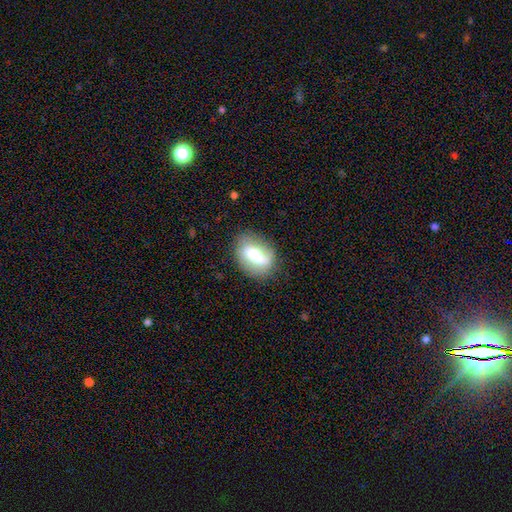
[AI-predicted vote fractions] Smooth or featured? Predicted: smooth (p=0.48). Merging? Predicted: none (p=0.78).